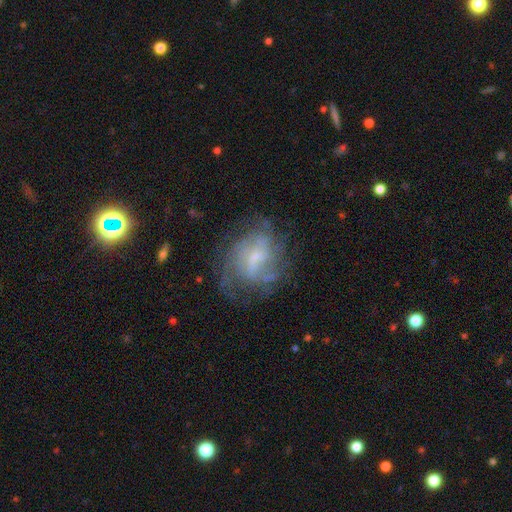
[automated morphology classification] Smooth or featured?
  - featured or disk: 72% *
  - smooth: 19%
  - star or artifact: 10%
Edge-on disk?
  - no: 97% *
  - yes: 3%
Bar?
  - weak: 49% *
  - no: 40%
  - strong: 10%
Spiral arms?
  - yes: 78% *
  - no: 22%
Spiral winding?
  - medium: 41% *
  - tight: 34%
  - loose: 25%
Spiral arm count?
  - can't tell: 47% *
  - 3: 16%
  - 2: 15%
  - 4: 11%
  - 1: 6%
  - more than 4: 5%
Bulge size?
  - small: 54% *
  - moderate: 24%
  - none: 19%
  - large: 2%
  - dominant: 1%
Merging?
  - none: 58% *
  - minor disturbance: 20%
  - major disturbance: 20%
  - merger: 2%